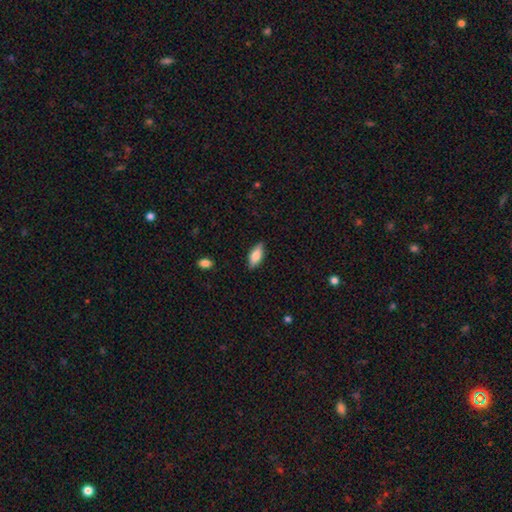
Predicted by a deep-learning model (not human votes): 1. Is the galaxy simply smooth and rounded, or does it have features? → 77% smooth, 17% featured or disk, 7% star or artifact.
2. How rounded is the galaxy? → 82% in between, 16% cigar-shaped, 2% round.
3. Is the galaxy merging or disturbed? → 85% none, 11% minor disturbance, 2% major disturbance, 1% merger.